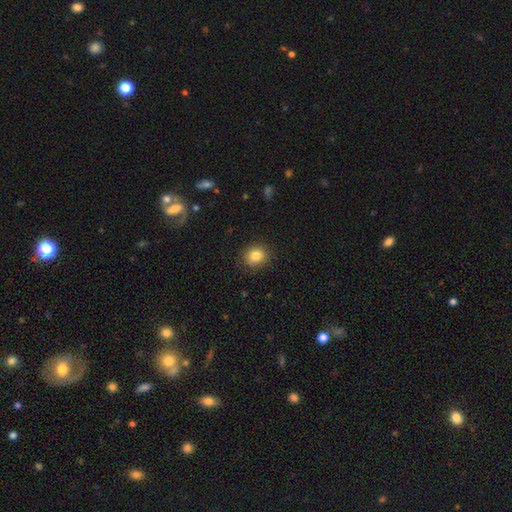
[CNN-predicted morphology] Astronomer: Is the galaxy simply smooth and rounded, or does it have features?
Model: smooth — 84%.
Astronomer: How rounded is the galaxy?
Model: round — 75%.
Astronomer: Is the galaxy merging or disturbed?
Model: none — 87%.